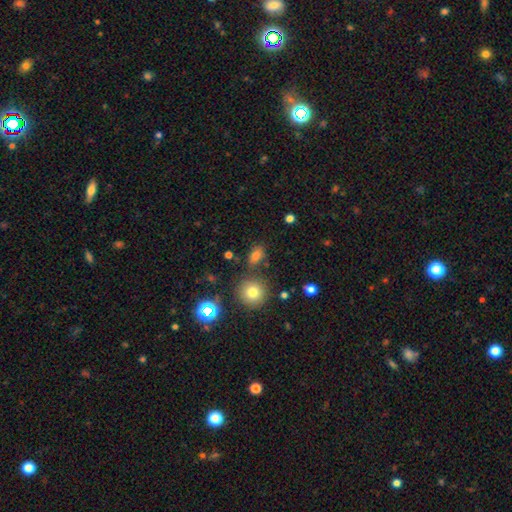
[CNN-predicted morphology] type=smooth (74%); roundness=in between (71%); merging=none (75%).